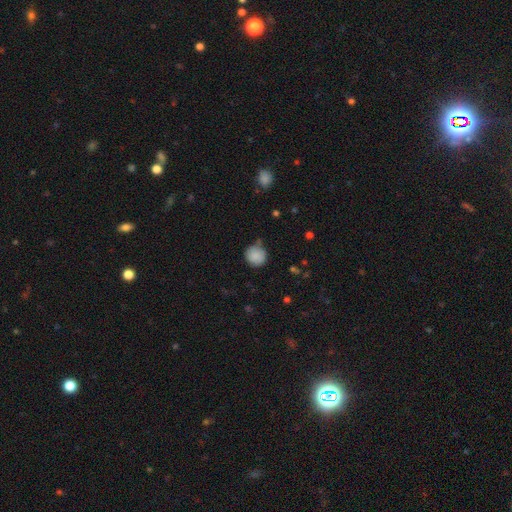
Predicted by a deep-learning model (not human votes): Smooth or featured?
  - smooth: 87% *
  - star or artifact: 8%
  - featured or disk: 5%
How rounded?
  - round: 92% *
  - in between: 7%
  - cigar-shaped: 1%
Merging?
  - none: 76% *
  - minor disturbance: 17%
  - major disturbance: 4%
  - merger: 4%